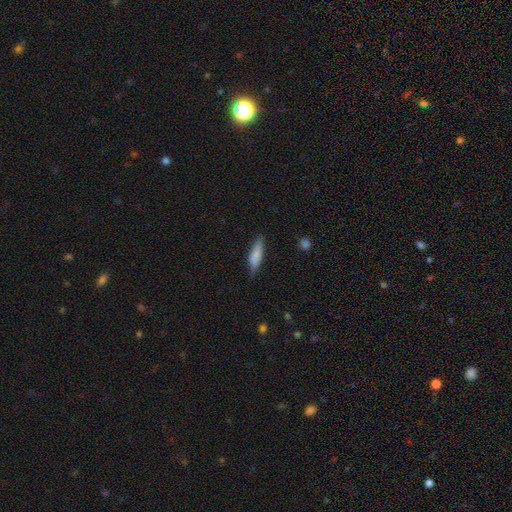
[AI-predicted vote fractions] smooth 74%, featured or disk 20%, star or artifact 6%. Down the decision tree: how rounded — cigar-shaped (69%); merging — none (76%).